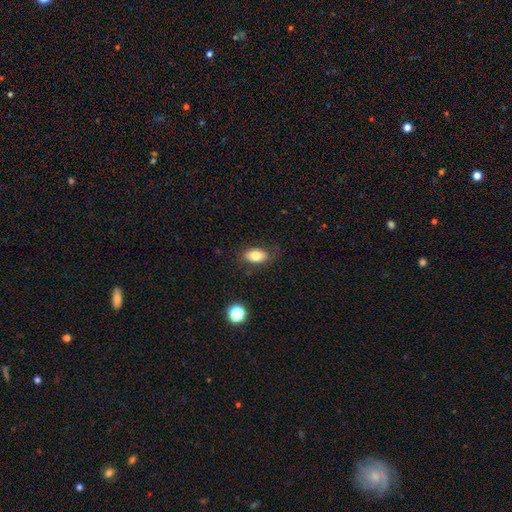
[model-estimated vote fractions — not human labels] This appears to be a smooth galaxy with no disk features (78%) that is in between round and cigar-shaped (89%). Merging: none (79%).